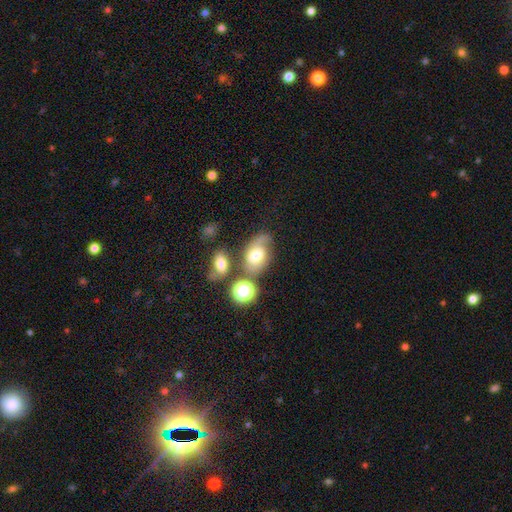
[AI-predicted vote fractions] A smooth galaxy with no disk features (52%) that is in between round and cigar-shaped (80%).

Vote fractions:
- Smooth or featured? smooth: 52% / featured or disk: 35% / star or artifact: 13%
- How rounded? in between: 80% / round: 18% / cigar-shaped: 2%
- Merging? none: 43% / minor disturbance: 23% / merger: 20% / major disturbance: 15%